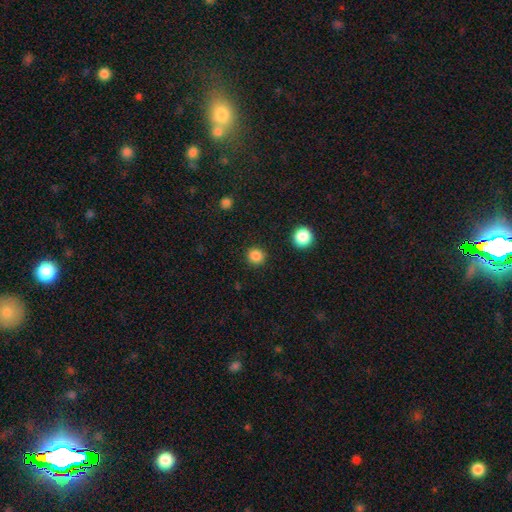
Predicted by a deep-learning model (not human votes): Morphology: type=smooth (86%); roundness=round (94%); merging=none (91%).